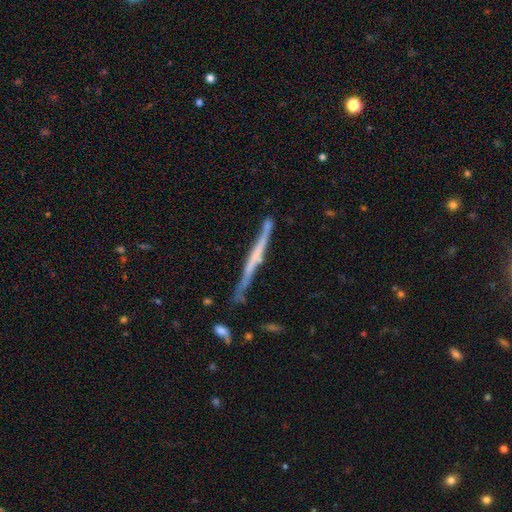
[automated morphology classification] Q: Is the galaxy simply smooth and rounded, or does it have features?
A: featured or disk — 68%.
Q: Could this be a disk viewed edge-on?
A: yes — 96%.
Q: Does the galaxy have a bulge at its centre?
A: none — 65%.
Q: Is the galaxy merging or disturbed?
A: none — 71%.